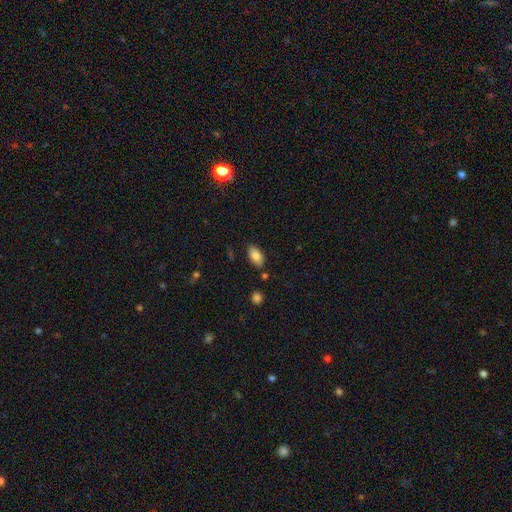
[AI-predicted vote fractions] Q: Smooth or featured?
A: smooth (83%); runner-up: featured or disk (9%)
Q: How rounded?
A: in between (92%); runner-up: cigar-shaped (5%)
Q: Merging?
A: none (83%); runner-up: minor disturbance (11%)